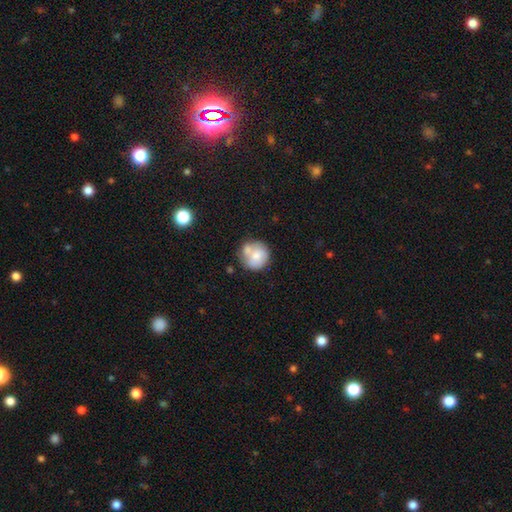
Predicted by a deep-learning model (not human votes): Smooth or featured? Predicted: smooth (p=0.71). How rounded? Predicted: round (p=0.88). Merging? Predicted: none (p=0.48).